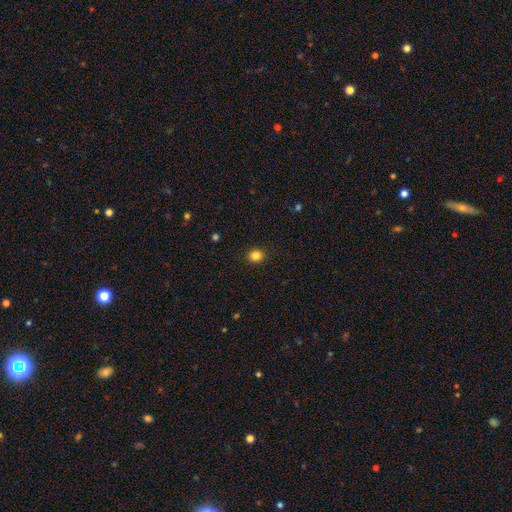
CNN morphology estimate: The model was most divided on "how rounded": round: 70%, in between: 29%, cigar-shaped: 1%. More confident: merging — none (91%); smooth or featured — smooth (84%).